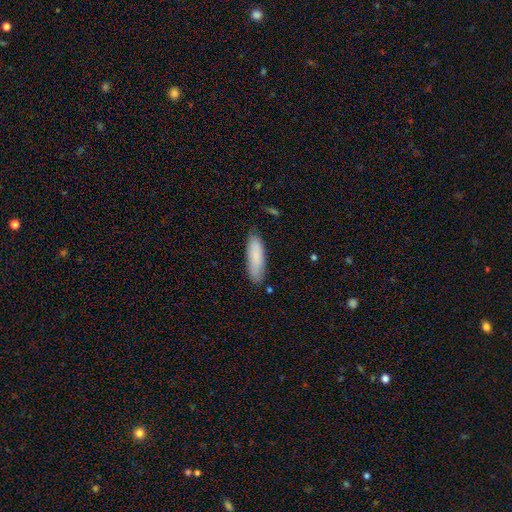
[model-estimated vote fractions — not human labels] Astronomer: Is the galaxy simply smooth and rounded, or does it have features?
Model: smooth — 84%.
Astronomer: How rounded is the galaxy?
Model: cigar-shaped — 52% (runner-up: in between, 47%).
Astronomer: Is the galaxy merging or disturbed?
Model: none — 80%.